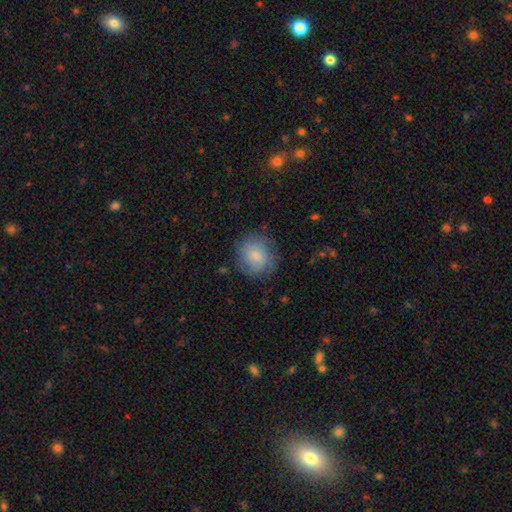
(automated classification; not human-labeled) A smooth galaxy with no disk features (76%) that is round (81%). Merging: none (75%).